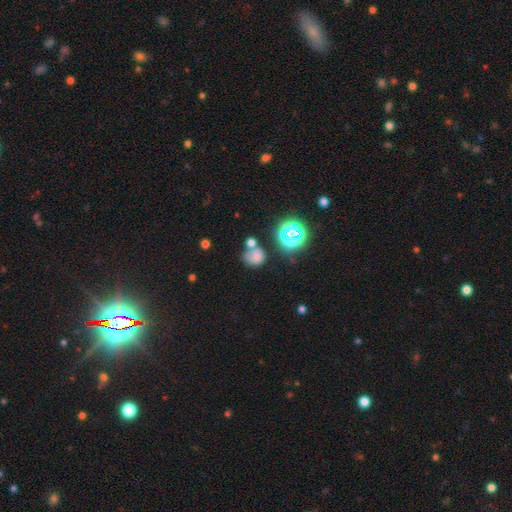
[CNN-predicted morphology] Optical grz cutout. It shows a smooth galaxy with no disk features (63%) that is round (72%). Merging: none (45%).